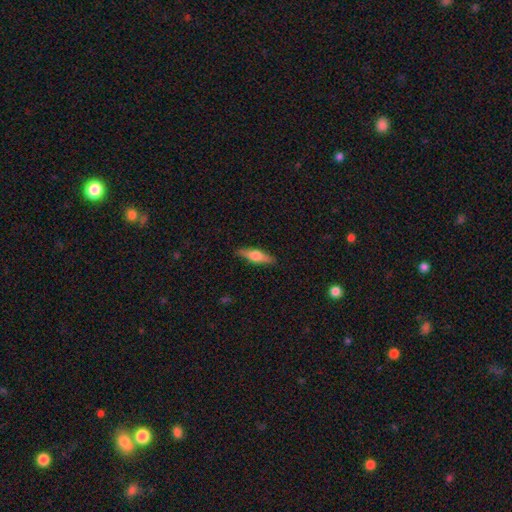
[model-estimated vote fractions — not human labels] Smooth or featured? featured or disk (48%)
Merging? none (89%)